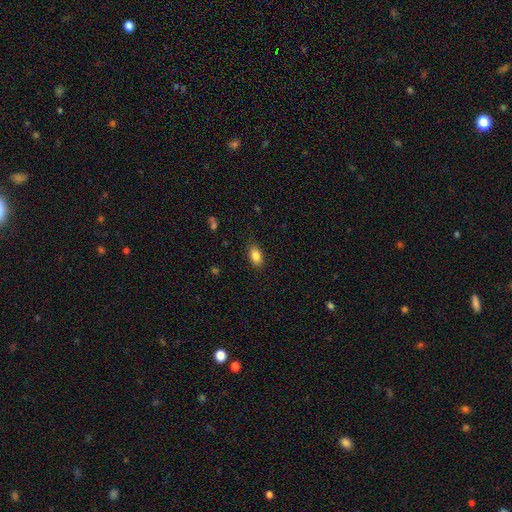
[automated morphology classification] A smooth galaxy with no disk features (86%) that is in between round and cigar-shaped (90%). Merging: none (85%).